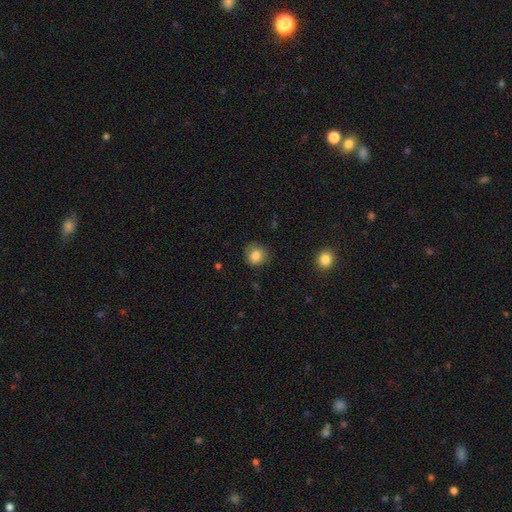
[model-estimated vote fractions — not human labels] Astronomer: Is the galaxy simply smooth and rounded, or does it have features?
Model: smooth — 84%.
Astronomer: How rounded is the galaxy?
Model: round — 88%.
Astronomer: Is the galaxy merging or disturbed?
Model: none — 83%.